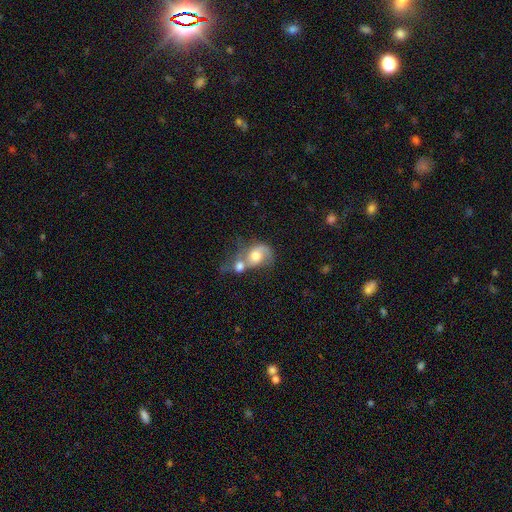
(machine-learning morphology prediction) A featured or disk galaxy (53%) with no bar (71%), spiral arms (77%) and a moderate central bulge (55%). Merging: merger (69%).